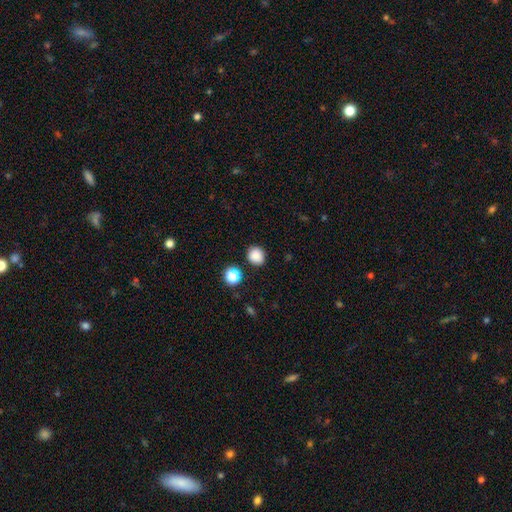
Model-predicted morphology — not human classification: type=smooth (85%); roundness=round (81%); merging=none (85%).